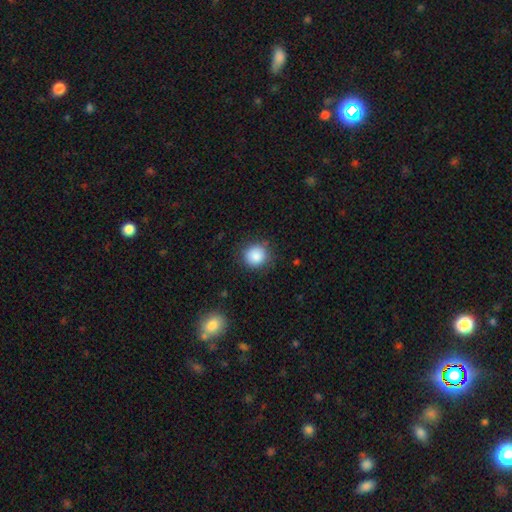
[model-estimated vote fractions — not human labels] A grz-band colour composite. It shows a smooth galaxy with no disk features (87%) that is round (89%). Merging: none (83%).